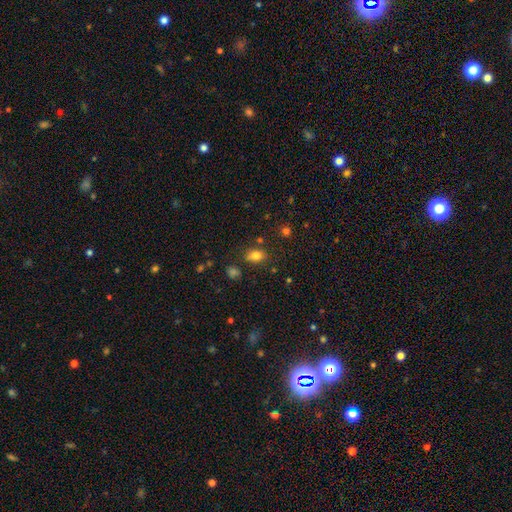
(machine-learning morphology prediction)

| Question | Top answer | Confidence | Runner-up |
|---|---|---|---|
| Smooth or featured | smooth | 79% | star or artifact (13%) |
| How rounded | in between | 78% | round (20%) |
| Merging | none | 77% | minor disturbance (14%) |